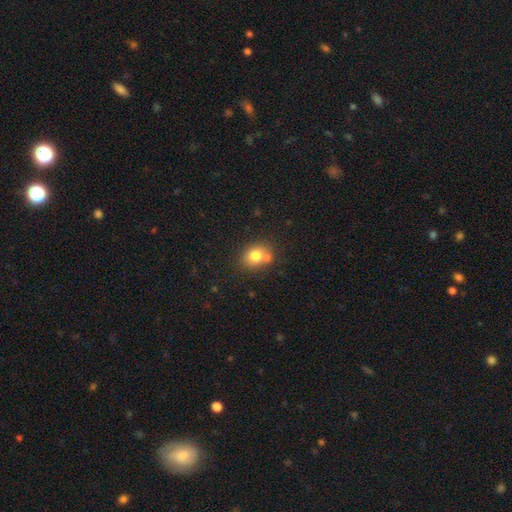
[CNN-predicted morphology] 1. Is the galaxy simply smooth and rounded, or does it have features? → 77% smooth, 12% featured or disk, 11% star or artifact.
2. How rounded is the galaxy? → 55% round, 44% in between, 1% cigar-shaped.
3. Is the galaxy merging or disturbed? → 59% none, 20% merger, 16% minor disturbance, 5% major disturbance.